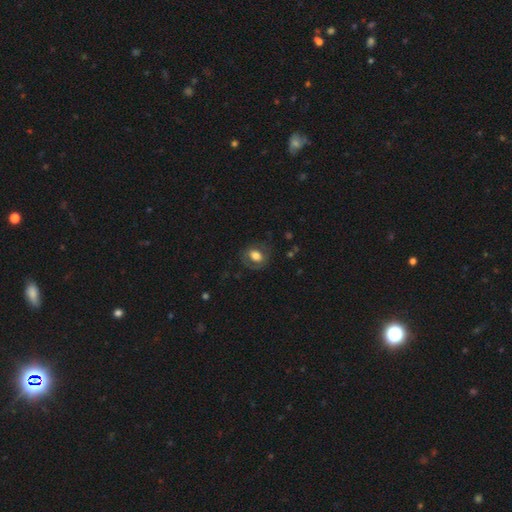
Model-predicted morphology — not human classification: Smooth or featured? smooth (63%)
How rounded? in between (53%)
Merging? none (73%)